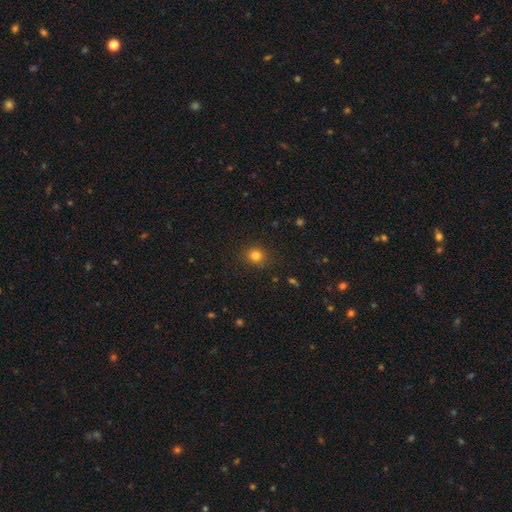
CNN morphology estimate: A smooth galaxy with no disk features (81%) that is round (84%). Merging: none (87%).